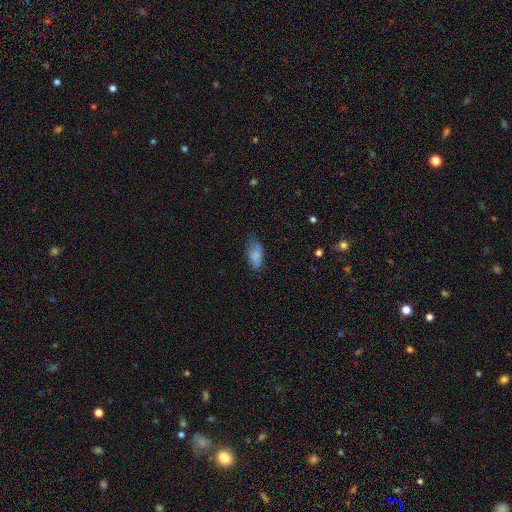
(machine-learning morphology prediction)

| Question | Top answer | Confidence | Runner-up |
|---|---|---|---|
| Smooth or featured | smooth | 81% | featured or disk (10%) |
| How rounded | in between | 90% | cigar-shaped (7%) |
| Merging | none | 60% | minor disturbance (28%) |